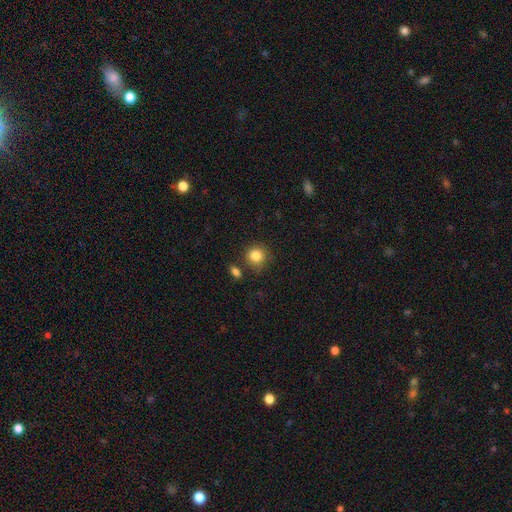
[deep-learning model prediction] Q: Smooth or featured?
A: smooth (85%); runner-up: star or artifact (10%)
Q: How rounded?
A: round (88%); runner-up: in between (11%)
Q: Merging?
A: none (76%); runner-up: minor disturbance (13%)